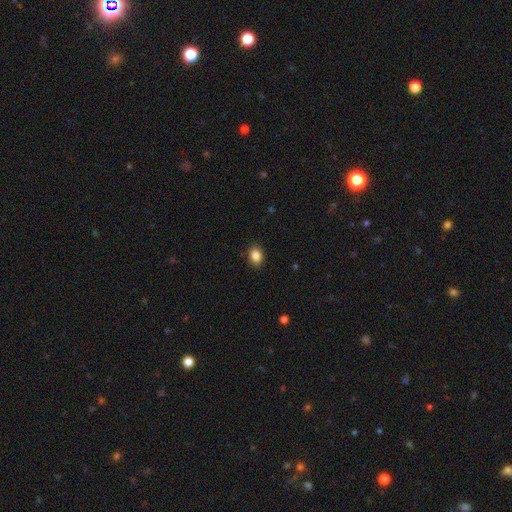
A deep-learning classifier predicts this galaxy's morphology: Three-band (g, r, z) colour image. It shows a smooth galaxy with no disk features (87%) that is in between round and cigar-shaped (71%). Merging: none (88%).